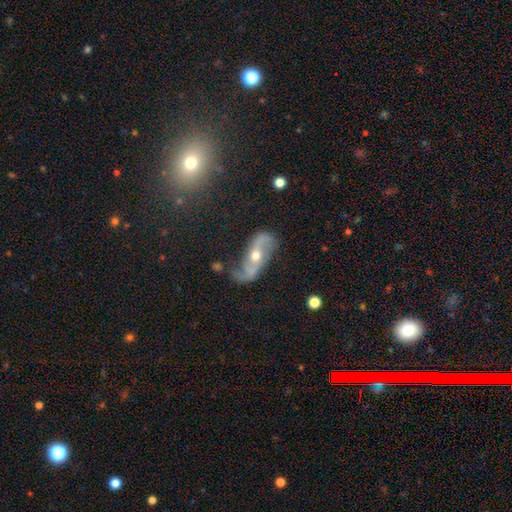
This appears to be a featured or disk galaxy (92%) with no bar (50%), 2 (94%) loose (91%) spiral arms (94%) and a moderate central bulge (67%). Merging: none (52%).